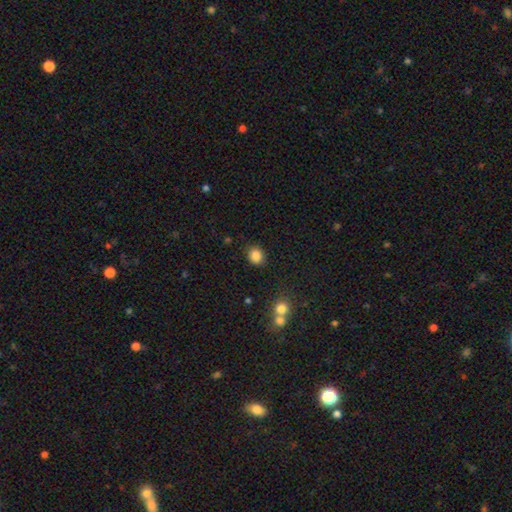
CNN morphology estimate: smooth 85%, star or artifact 10%, featured or disk 4%. Down the decision tree: how rounded — round (69%); merging — none (87%).